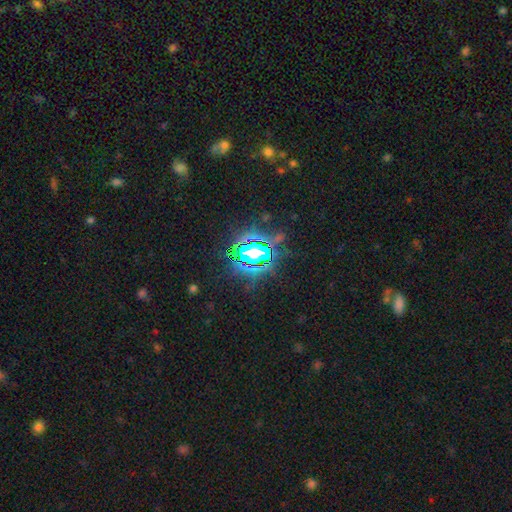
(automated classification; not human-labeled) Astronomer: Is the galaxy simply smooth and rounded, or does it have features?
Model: star or artifact — 81%.